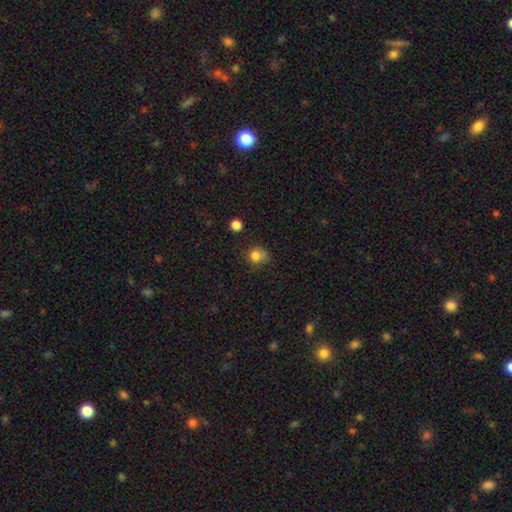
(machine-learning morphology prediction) Q: Smooth or featured?
A: smooth (80%); runner-up: star or artifact (12%)
Q: How rounded?
A: round (77%); runner-up: in between (22%)
Q: Merging?
A: none (61%); runner-up: minor disturbance (27%)